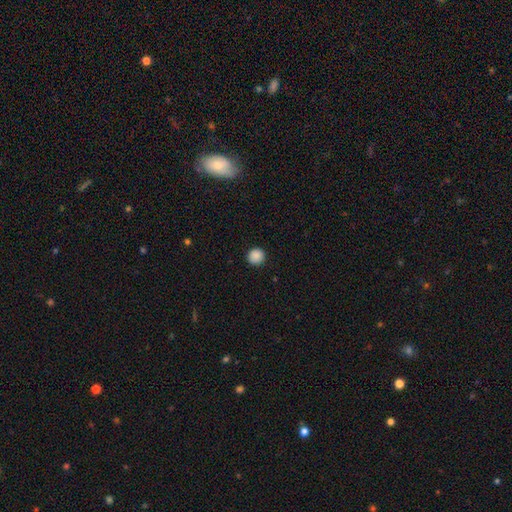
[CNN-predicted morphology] The model was most divided on "smooth or featured": smooth: 88%, star or artifact: 10%, featured or disk: 3%. More confident: how rounded — round (93%); merging — none (91%).